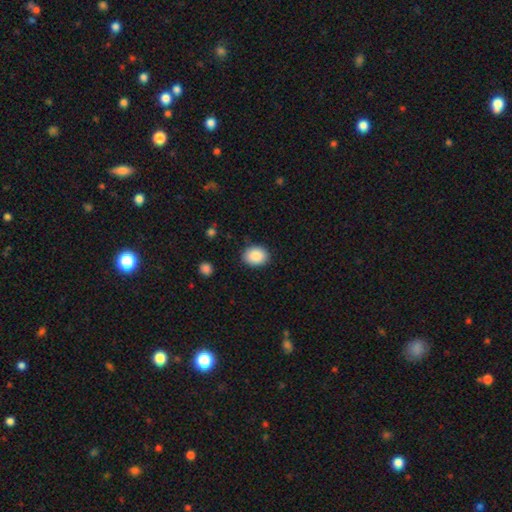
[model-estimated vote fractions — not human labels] The model was most divided on "how rounded": round: 51%, in between: 48%, cigar-shaped: 1%. More confident: smooth or featured — smooth (89%); merging — none (87%).